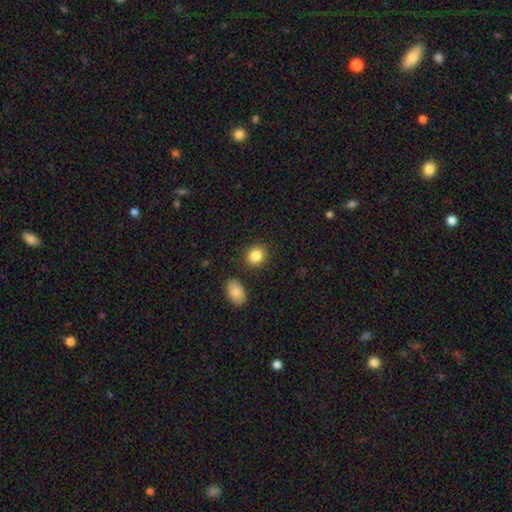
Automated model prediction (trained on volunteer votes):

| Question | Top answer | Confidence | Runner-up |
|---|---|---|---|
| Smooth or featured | smooth | 85% | star or artifact (9%) |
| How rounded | round | 71% | in between (28%) |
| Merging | none | 85% | minor disturbance (8%) |